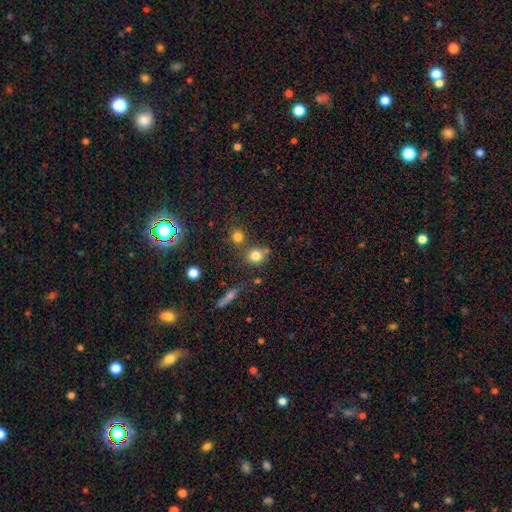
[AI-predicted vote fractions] smooth_or_featured: smooth (p=0.79) [alt: star or artifact p=0.13]
how_rounded: round (p=0.85) [alt: in between p=0.13]
merging: none (p=0.65) [alt: merger p=0.21]